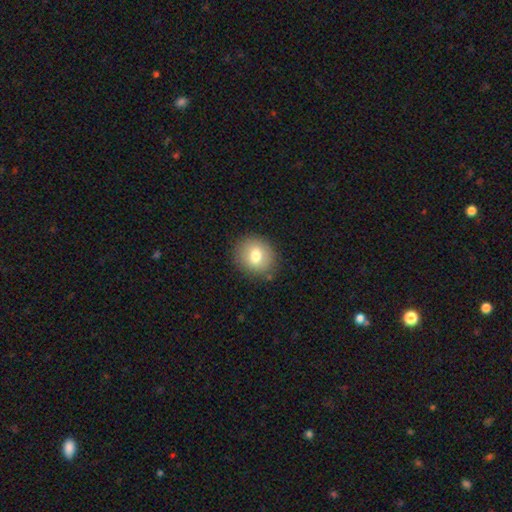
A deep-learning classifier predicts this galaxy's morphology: The model was most divided on "how rounded": round: 77%, in between: 22%, cigar-shaped: 1%. More confident: merging — none (86%); smooth or featured — smooth (75%).